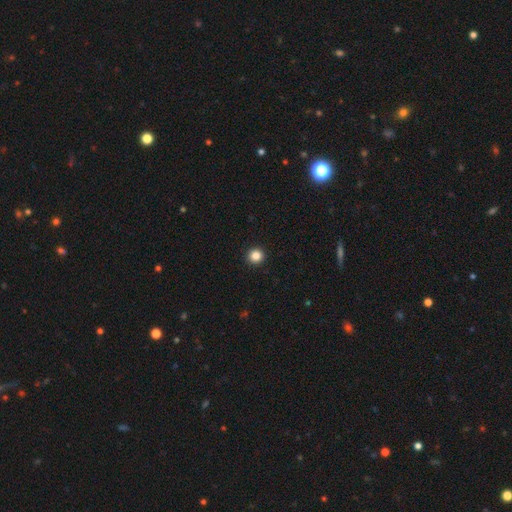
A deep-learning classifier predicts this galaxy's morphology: Q: Smooth or featured?
A: smooth (86%); runner-up: star or artifact (11%)
Q: How rounded?
A: round (94%); runner-up: in between (5%)
Q: Merging?
A: none (94%); runner-up: minor disturbance (4%)